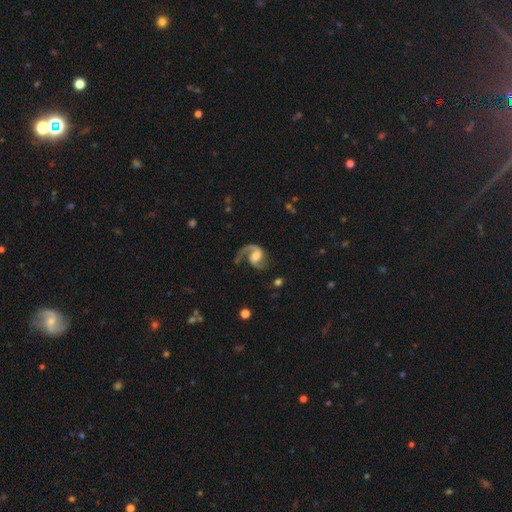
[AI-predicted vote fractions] Morphology: type=featured or disk (88%); edge-on=no (98%); bar=weak (47%); spiral arms=yes (97%); winding=medium (49%); arm count=2 (59%); bulge=moderate (38%); merging=none (55%).